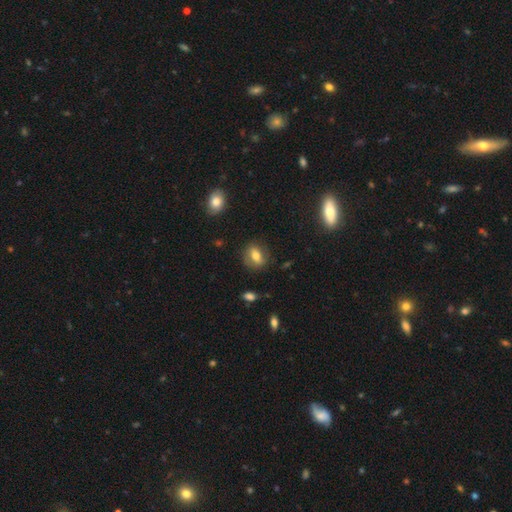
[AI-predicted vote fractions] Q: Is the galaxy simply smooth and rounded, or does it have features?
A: smooth — 64%.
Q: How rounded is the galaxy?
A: in between — 59%.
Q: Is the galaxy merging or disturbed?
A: none — 78%.